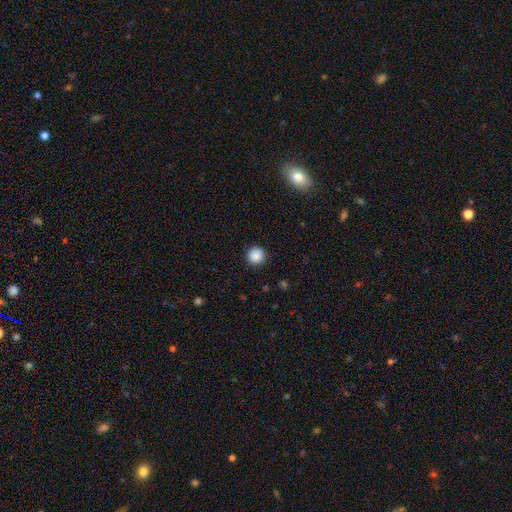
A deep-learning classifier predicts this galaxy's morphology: The model was most divided on "smooth or featured": smooth: 88%, star or artifact: 9%, featured or disk: 3%. More confident: how rounded — round (95%); merging — none (92%).